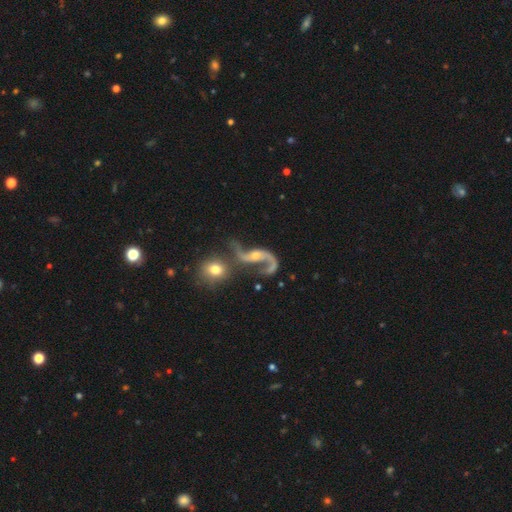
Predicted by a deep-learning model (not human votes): featured or disk 90%, star or artifact 5%, smooth 5%. Down the decision tree: edge-on disk — no (96%); bar — no (49%); spiral arms — yes (95%); spiral arm count — 2 (88%); spiral winding — loose (78%); bulge size — small (48%); merging — none (42%).